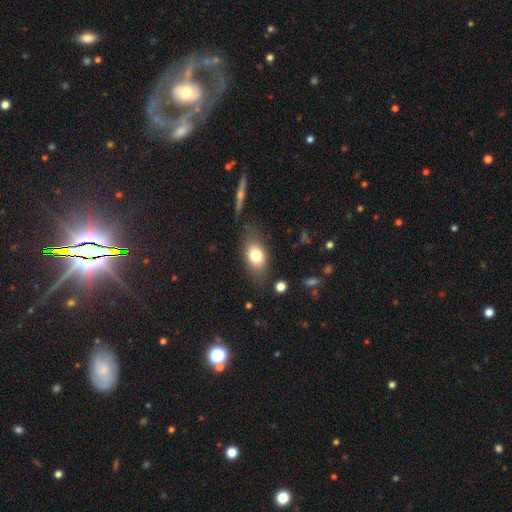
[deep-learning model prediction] This appears to be a smooth galaxy with no disk features (76%) that is in between round and cigar-shaped (81%). Merging: none (74%).